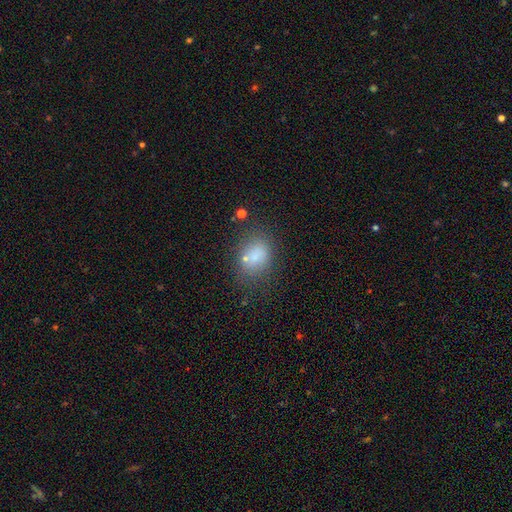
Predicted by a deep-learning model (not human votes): Smooth or featured?
  - smooth: 74% *
  - star or artifact: 14%
  - featured or disk: 13%
How rounded?
  - in between: 58% *
  - round: 40%
  - cigar-shaped: 2%
Merging?
  - none: 63% *
  - minor disturbance: 17%
  - merger: 12%
  - major disturbance: 8%